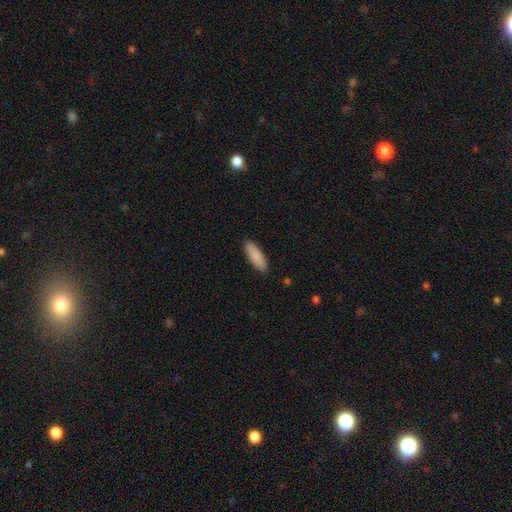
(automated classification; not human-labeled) This appears to be a smooth galaxy with no disk features (89%) that is in between round and cigar-shaped (60%). Merging: none (90%).